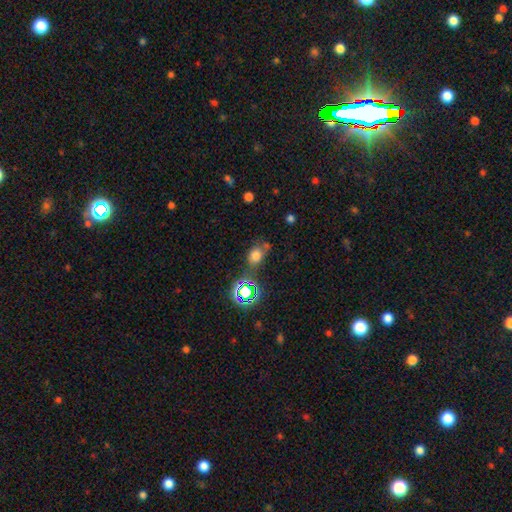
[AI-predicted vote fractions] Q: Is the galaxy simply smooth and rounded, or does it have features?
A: smooth — 68%.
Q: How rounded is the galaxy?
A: in between — 53%.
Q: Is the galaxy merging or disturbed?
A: none — 56%.